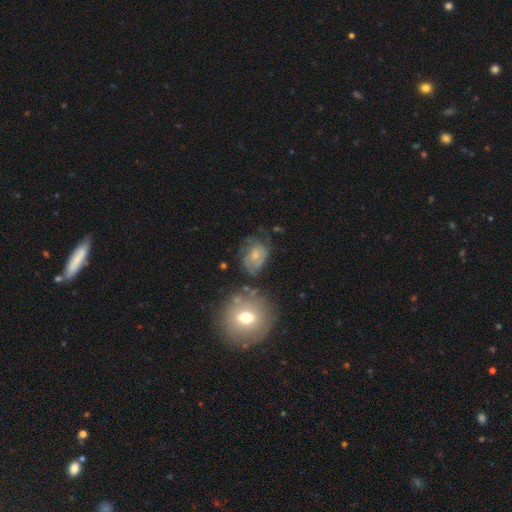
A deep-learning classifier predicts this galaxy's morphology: Smooth or featured? Predicted: featured or disk (p=0.55). Edge-on disk? Predicted: no (p=0.97). Bar? Predicted: no (p=0.75). Spiral arms? Predicted: yes (p=0.71). Bulge size? Predicted: small (p=0.49). Merging? Predicted: none (p=0.48).